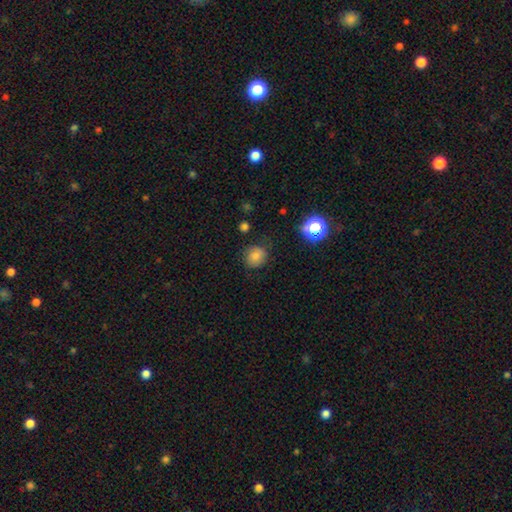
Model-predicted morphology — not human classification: smooth_or_featured: smooth (p=0.80) [alt: star or artifact p=0.14]
how_rounded: round (p=0.81) [alt: in between p=0.18]
merging: none (p=0.79) [alt: minor disturbance p=0.15]